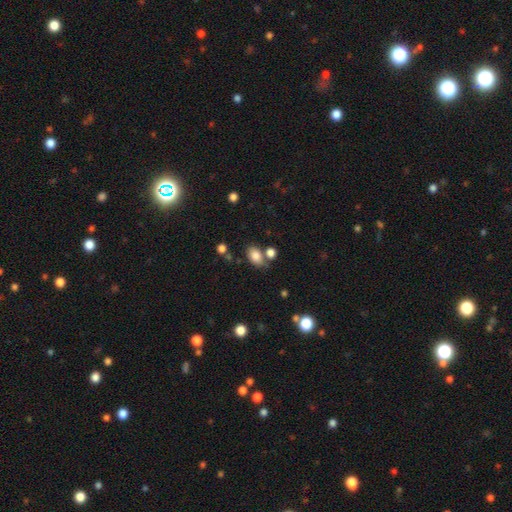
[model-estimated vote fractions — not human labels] Smooth or featured: smooth — 82% (star or artifact — 10%)
How rounded: in between — 84% (round — 15%)
Merging: none — 59% (merger — 20%)